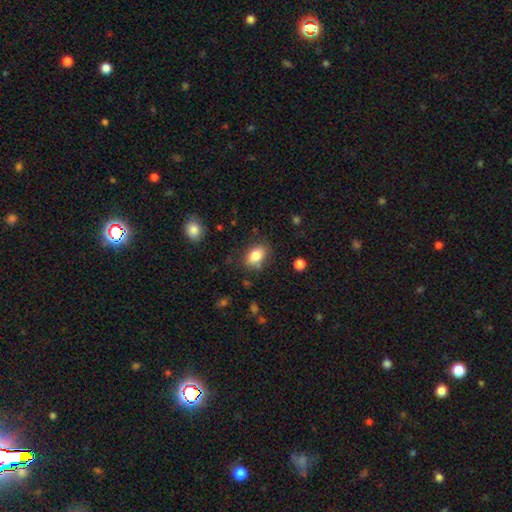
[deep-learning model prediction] smooth-or-featured: smooth: 84% | star or artifact: 8% | featured or disk: 8%
  how-rounded: in between: 84% | round: 15% | cigar-shaped: 2%
  merging: none: 77% | minor disturbance: 15% | major disturbance: 4% | merger: 3%